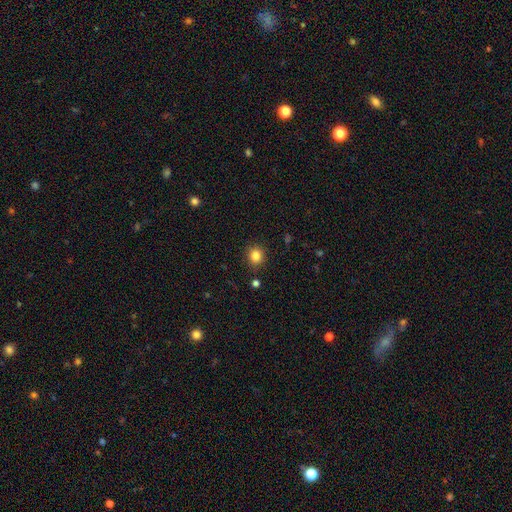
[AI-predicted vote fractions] Morphology: type=smooth (84%); roundness=round (84%); merging=none (88%).